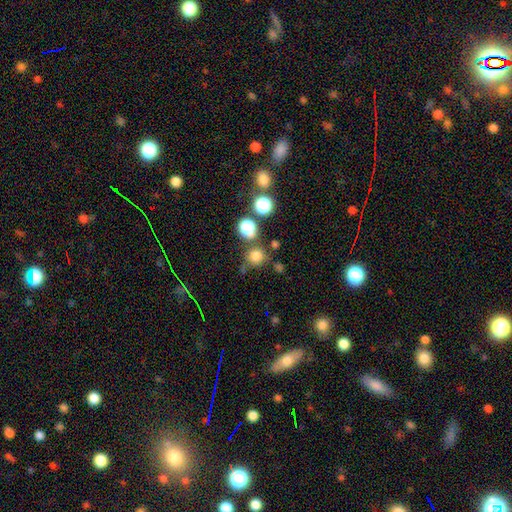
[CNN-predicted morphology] Smooth or featured? Predicted: smooth (p=0.76). How rounded? Predicted: round (p=0.90). Merging? Predicted: none (p=0.71).